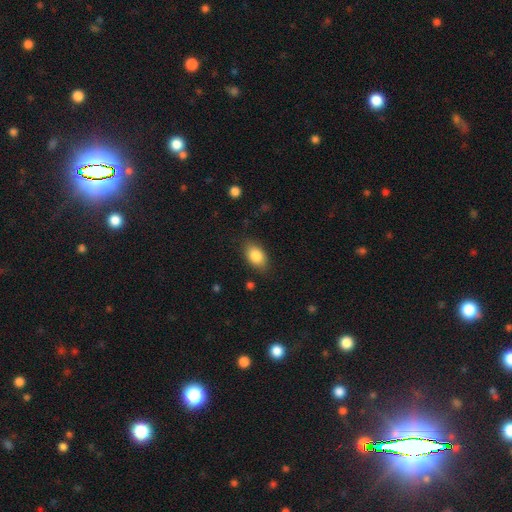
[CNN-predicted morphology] Smooth or featured?
  - smooth: 85% *
  - featured or disk: 8%
  - star or artifact: 7%
How rounded?
  - in between: 88% *
  - round: 10%
  - cigar-shaped: 2%
Merging?
  - none: 82% *
  - minor disturbance: 13%
  - major disturbance: 3%
  - merger: 1%